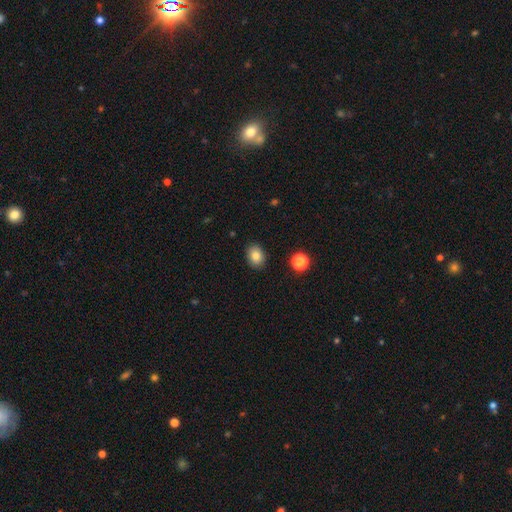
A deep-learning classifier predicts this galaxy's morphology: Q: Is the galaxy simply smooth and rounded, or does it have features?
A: smooth — 84%.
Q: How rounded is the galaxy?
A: in between — 62%.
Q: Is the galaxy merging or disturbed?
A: none — 88%.